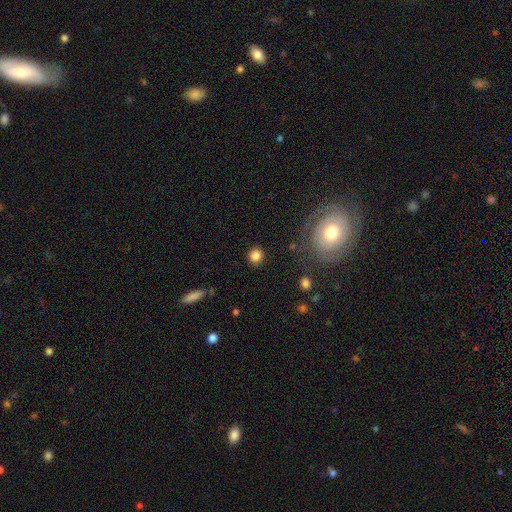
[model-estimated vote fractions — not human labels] Overall: smooth (83%). How rounded: round (80%). Merging: none (87%).